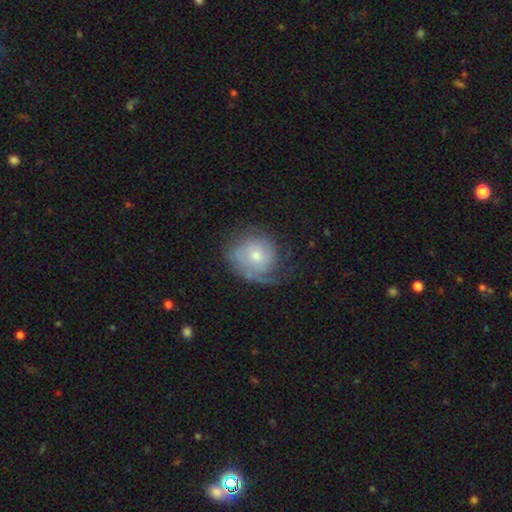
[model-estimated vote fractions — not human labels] This is likely a featured or disk galaxy (60%). It is clearly not viewed edge-on (97%). Bar: likely no (80%). Spiral arm pattern: clearly yes (81%). Central bulge: possibly small (55%). Merging: possibly none (56%).